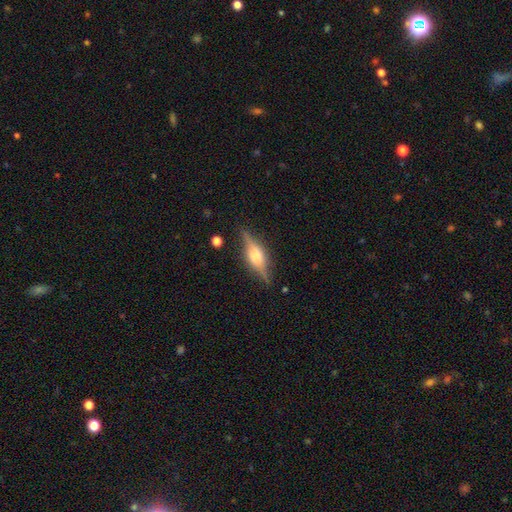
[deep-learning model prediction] Smooth or featured: featured or disk — 68% (smooth — 24%)
Edge-on disk: yes — 94% (no — 6%)
Edge-on bulge: rounded — 81% (boxy — 16%)
Merging: none — 81% (minor disturbance — 13%)